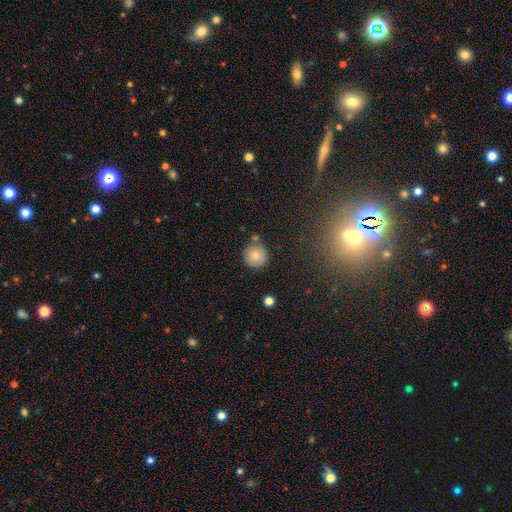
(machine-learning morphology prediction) smooth 79%, featured or disk 11%, star or artifact 10%. Down the decision tree: how rounded — round (94%); merging — none (75%).